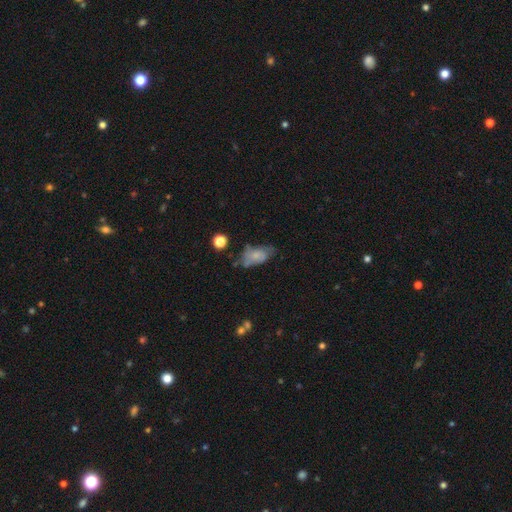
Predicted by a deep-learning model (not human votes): smooth-or-featured: smooth: 61% | featured or disk: 30% | star or artifact: 9%
  how-rounded: in between: 90% | round: 7% | cigar-shaped: 4%
  merging: none: 40% | minor disturbance: 34% | major disturbance: 18% | merger: 7%